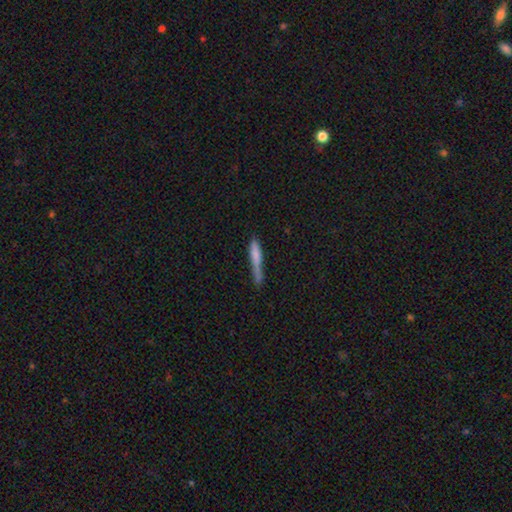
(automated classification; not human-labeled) smooth 72%, featured or disk 21%, star or artifact 8%. Down the decision tree: how rounded — cigar-shaped (89%); merging — none (51%).